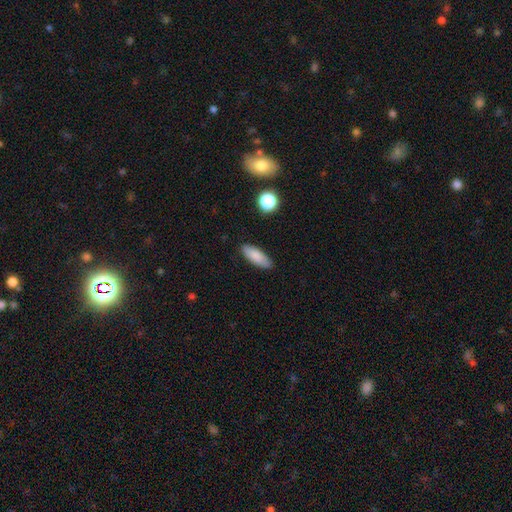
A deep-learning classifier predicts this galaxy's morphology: This is clearly a smooth galaxy (84%). How rounded: likely in between (68%). Merging: clearly none (85%).